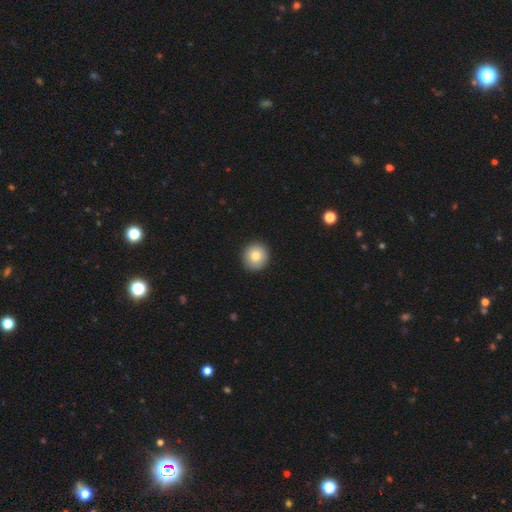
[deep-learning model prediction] Morphology: type=smooth (83%); roundness=round (93%); merging=none (91%).